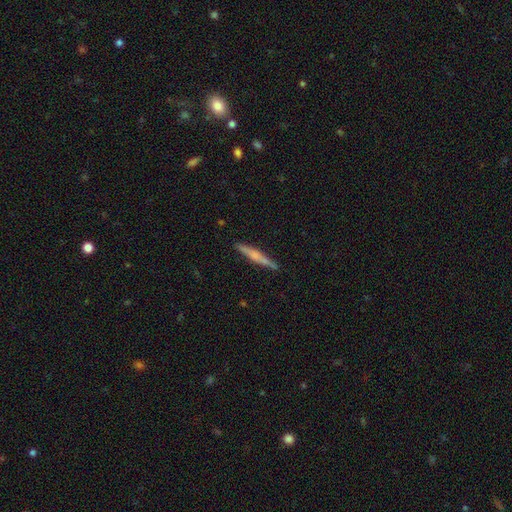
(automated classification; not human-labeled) A featured or disk galaxy (57%) viewed edge-on (97%) with a rounded central bulge (58%).

Vote fractions:
- Smooth or featured? featured or disk: 57% / smooth: 37% / star or artifact: 6%
- Edge-on disk? yes: 97% / no: 3%
- Edge-on bulge? rounded: 58% / none: 23% / boxy: 19%
- Merging? none: 88% / minor disturbance: 9% / major disturbance: 2% / merger: 1%